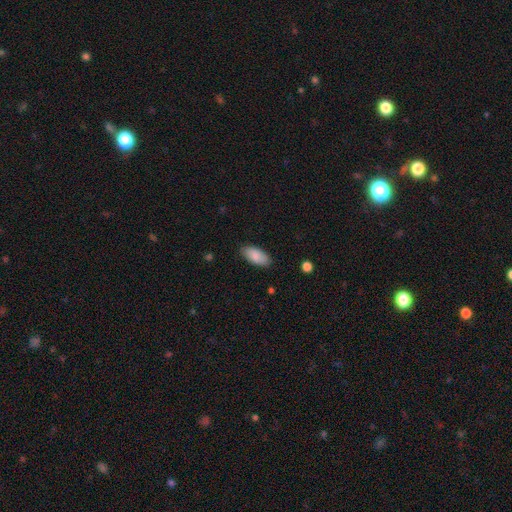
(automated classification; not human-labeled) A smooth galaxy with no disk features (87%) that is in between round and cigar-shaped (91%). Merging: none (86%).